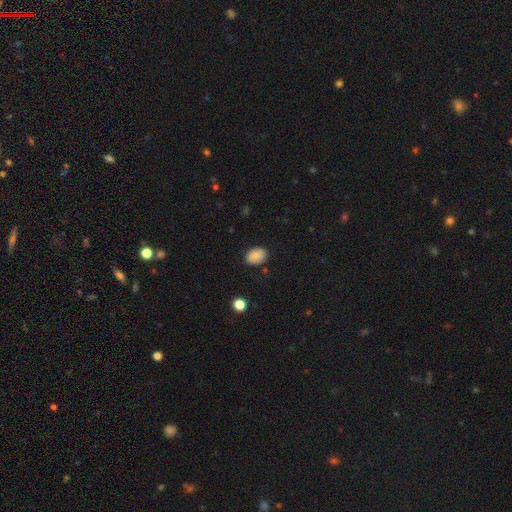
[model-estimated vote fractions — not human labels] Smooth or featured? Predicted: smooth (p=0.87). How rounded? Predicted: in between (p=0.76). Merging? Predicted: none (p=0.83).